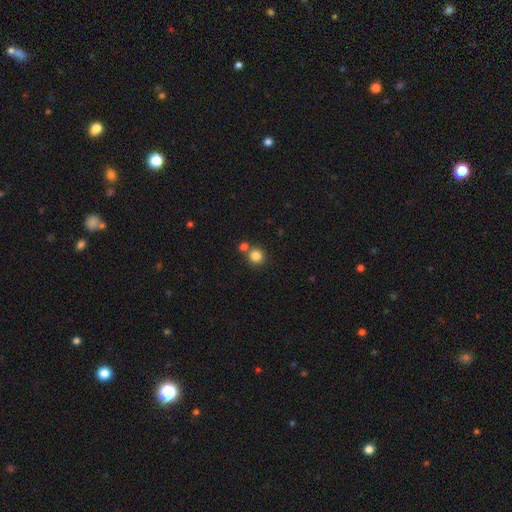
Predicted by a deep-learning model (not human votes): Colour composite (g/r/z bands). It shows a smooth galaxy with no disk features (84%) that is round (92%). Merging: none (71%).